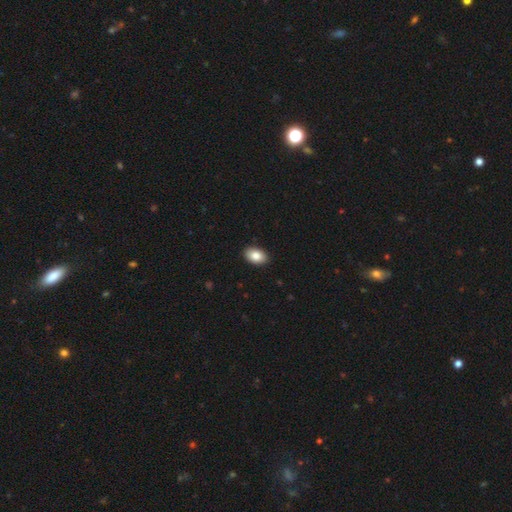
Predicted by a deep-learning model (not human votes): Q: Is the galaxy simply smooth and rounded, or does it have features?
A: smooth — 86%.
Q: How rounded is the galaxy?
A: in between — 89%.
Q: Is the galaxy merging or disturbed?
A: none — 91%.